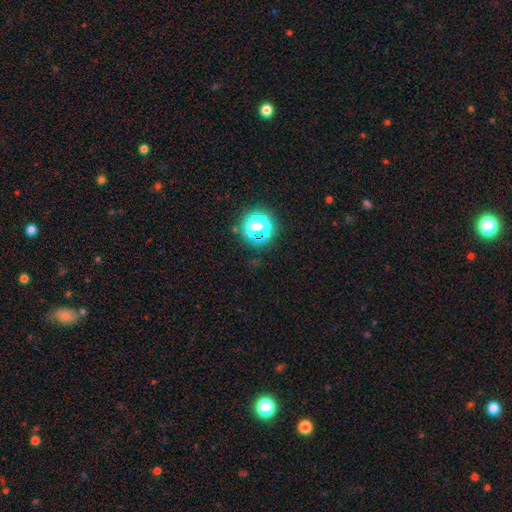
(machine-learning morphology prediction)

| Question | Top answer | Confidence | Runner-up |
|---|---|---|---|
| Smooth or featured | star or artifact | 73% | smooth (20%) |